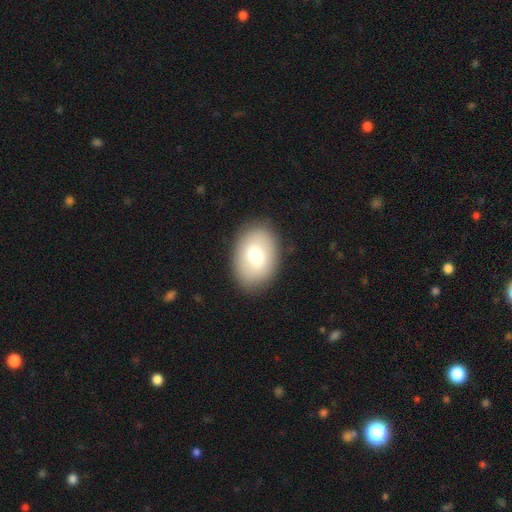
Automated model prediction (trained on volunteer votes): Overall: smooth (71%). How rounded: in between (84%). Merging: none (86%).